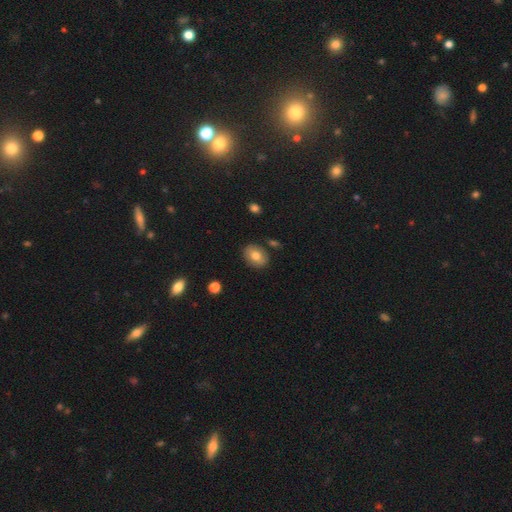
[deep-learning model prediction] A smooth galaxy with no disk features (75%) that is in between round and cigar-shaped (72%). Merging: none (84%).